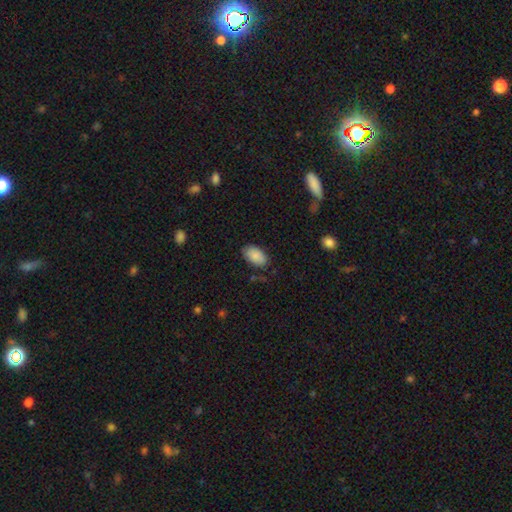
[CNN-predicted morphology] smooth_or_featured: smooth (p=0.87) [alt: star or artifact p=0.06]
how_rounded: in between (p=0.94) [alt: round p=0.05]
merging: none (p=0.80) [alt: minor disturbance p=0.15]